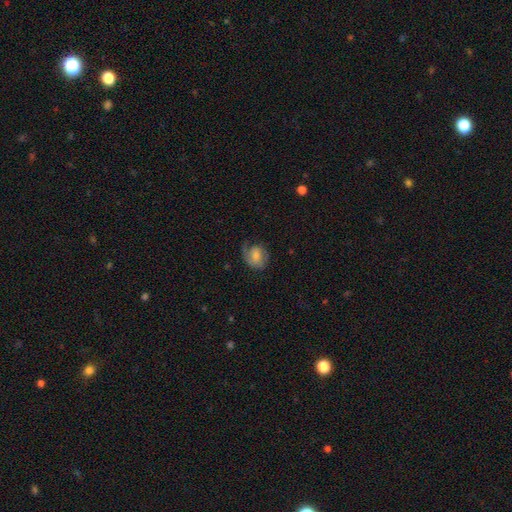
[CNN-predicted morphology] smooth-or-featured: smooth: 49% | featured or disk: 44% | star or artifact: 8%
  merging: none: 56% | minor disturbance: 25% | major disturbance: 18% | merger: 1%